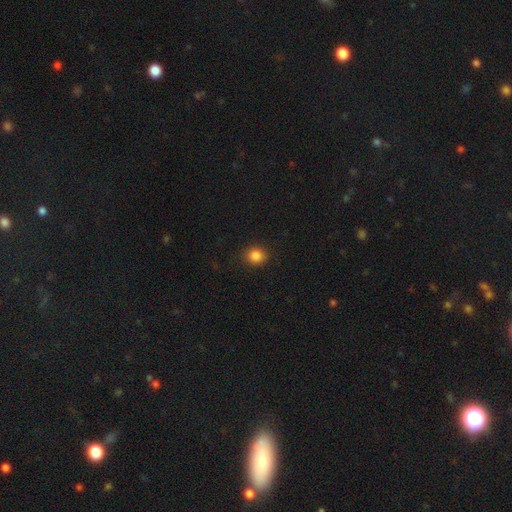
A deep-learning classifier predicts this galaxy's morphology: type=smooth (85%); roundness=round (81%); merging=none (90%).